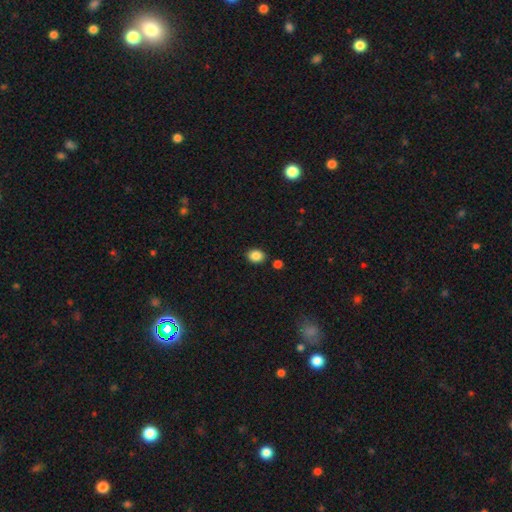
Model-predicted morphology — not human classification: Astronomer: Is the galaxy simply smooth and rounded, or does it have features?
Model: smooth — 87%.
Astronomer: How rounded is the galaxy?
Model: in between — 59% (runner-up: round, 40%).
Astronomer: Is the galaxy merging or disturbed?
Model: none — 85%.